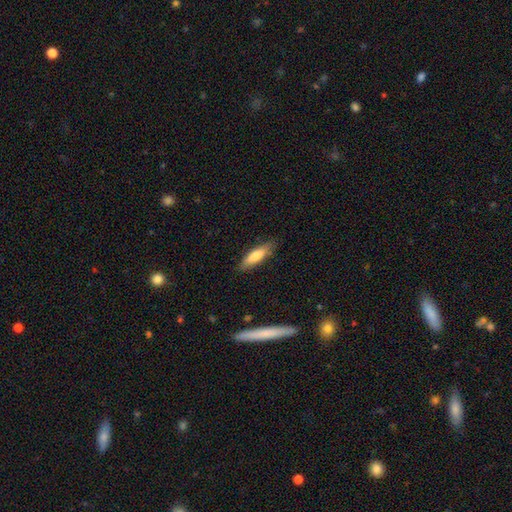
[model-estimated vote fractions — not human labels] Smooth or featured? Predicted: smooth (p=0.78). How rounded? Predicted: cigar-shaped (p=0.59). Merging? Predicted: none (p=0.82).